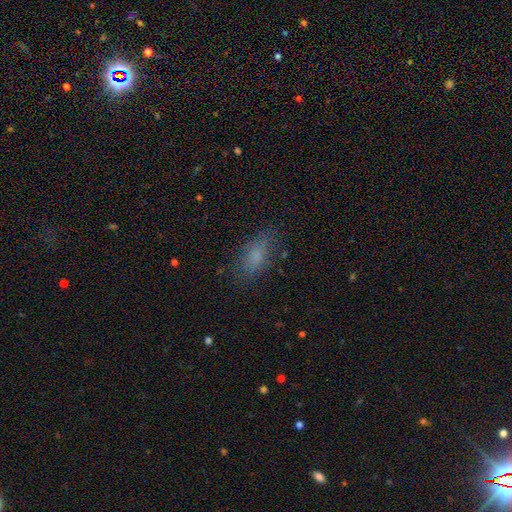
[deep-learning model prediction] Smooth or featured? Predicted: smooth (p=0.75). How rounded? Predicted: in between (p=0.82). Merging? Predicted: none (p=0.75).